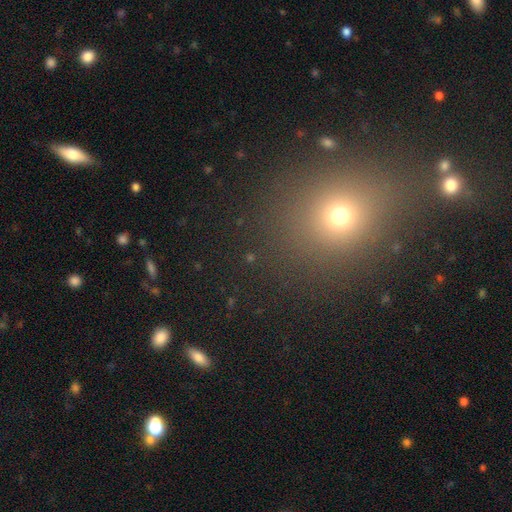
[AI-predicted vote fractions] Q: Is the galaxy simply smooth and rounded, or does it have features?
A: smooth — 54%.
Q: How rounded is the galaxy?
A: round — 68%.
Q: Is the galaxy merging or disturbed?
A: none — 82%.